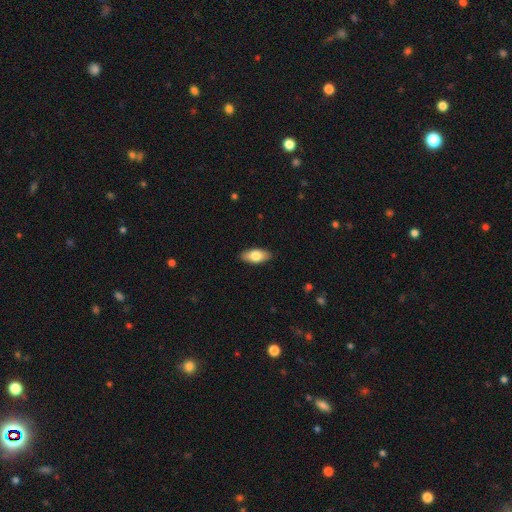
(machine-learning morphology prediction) This appears to be a smooth galaxy with no disk features (77%) that is in between round and cigar-shaped (88%). Merging: none (89%).